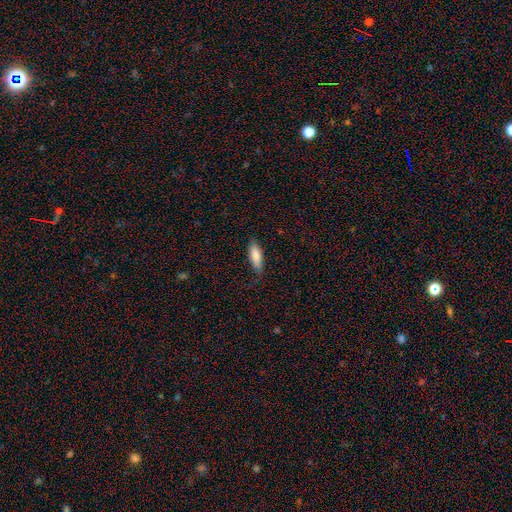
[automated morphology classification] A smooth galaxy with no disk features (83%) that is in between round and cigar-shaped (61%).

Vote fractions:
- Smooth or featured? smooth: 83% / featured or disk: 11% / star or artifact: 6%
- How rounded? in between: 61% / cigar-shaped: 37% / round: 2%
- Merging? none: 78% / minor disturbance: 17% / major disturbance: 3% / merger: 1%